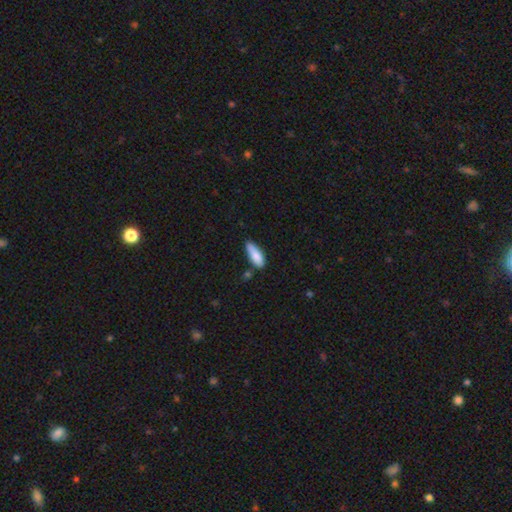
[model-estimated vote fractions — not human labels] A smooth galaxy with no disk features (83%) that is in between round and cigar-shaped (64%). Merging: none (62%).